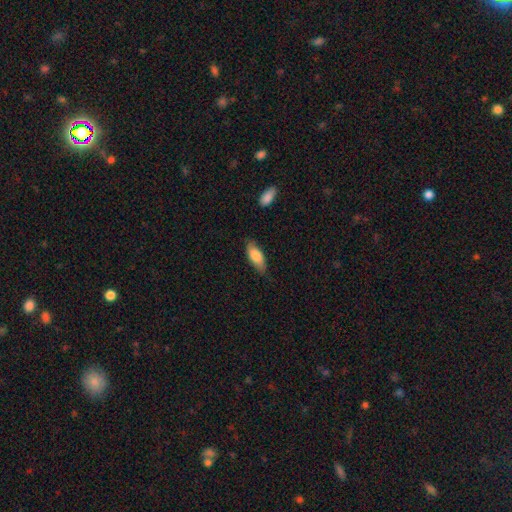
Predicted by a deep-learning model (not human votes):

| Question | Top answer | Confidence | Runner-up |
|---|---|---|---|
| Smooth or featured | smooth | 81% | featured or disk (13%) |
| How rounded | in between | 78% | cigar-shaped (20%) |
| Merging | none | 75% | minor disturbance (19%) |